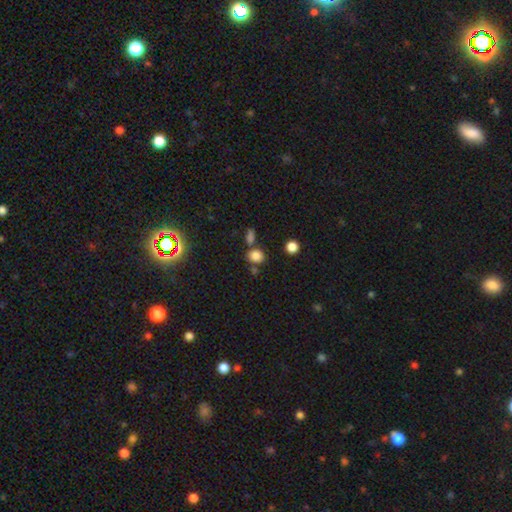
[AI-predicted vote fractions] smooth-or-featured: smooth: 81% | star or artifact: 14% | featured or disk: 5%
  how-rounded: round: 65% | in between: 34% | cigar-shaped: 1%
  merging: none: 67% | merger: 17% | minor disturbance: 12% | major disturbance: 4%